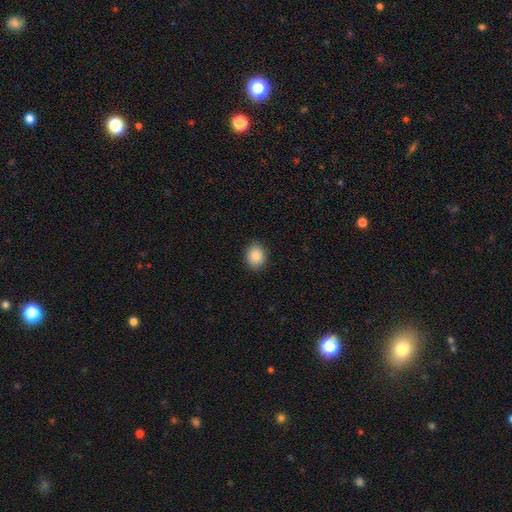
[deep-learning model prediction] smooth 88%, star or artifact 8%, featured or disk 4%. Down the decision tree: how rounded — round (55%); merging — none (89%).